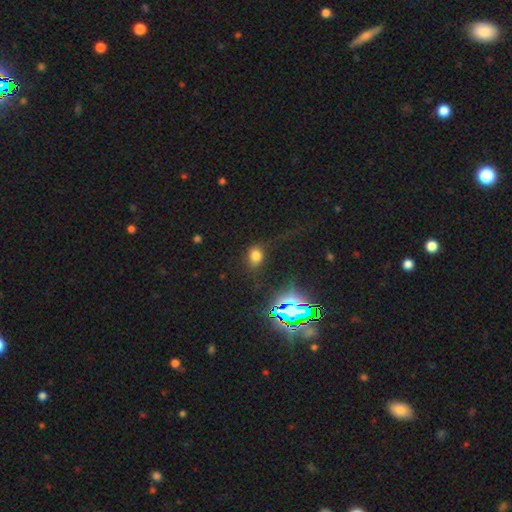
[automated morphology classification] smooth_or_featured: smooth (p=0.69) [alt: star or artifact p=0.22]
how_rounded: in between (p=0.58) [alt: round p=0.41]
merging: none (p=0.67) [alt: minor disturbance p=0.17]